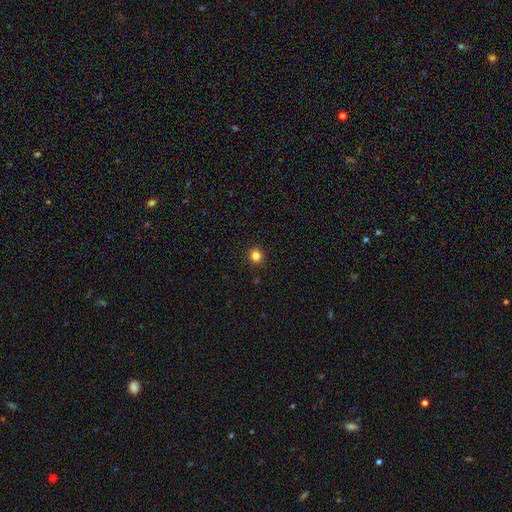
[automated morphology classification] Smooth or featured? smooth (83%)
How rounded? round (91%)
Merging? none (93%)